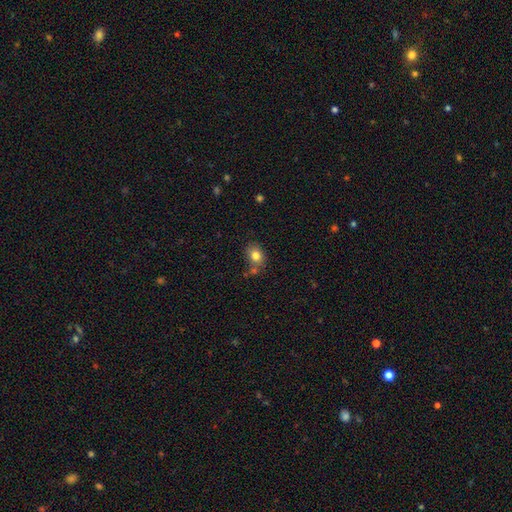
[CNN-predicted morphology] smooth-or-featured: smooth: 80% | star or artifact: 10% | featured or disk: 9%
  how-rounded: in between: 56% | round: 43% | cigar-shaped: 1%
  merging: none: 68% | minor disturbance: 16% | merger: 12% | major disturbance: 4%